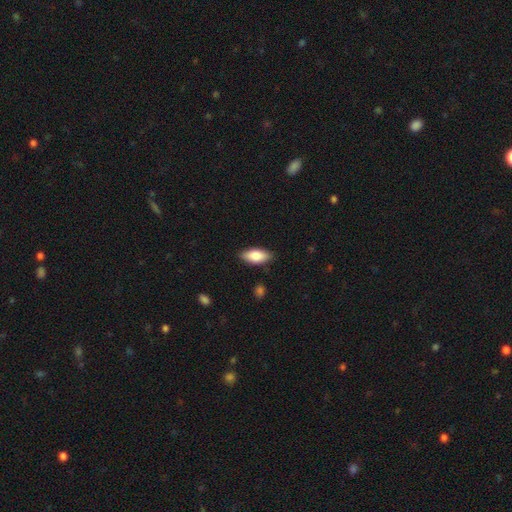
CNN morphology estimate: smooth 82%, featured or disk 12%, star or artifact 6%. Down the decision tree: how rounded — in between (88%); merging — none (85%).